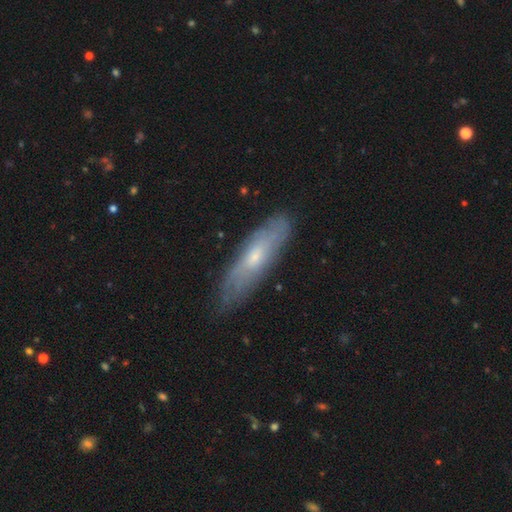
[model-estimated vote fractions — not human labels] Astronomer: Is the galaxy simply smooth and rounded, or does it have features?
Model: featured or disk — 51% (runner-up: smooth, 42%).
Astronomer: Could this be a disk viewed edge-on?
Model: no — 56% (runner-up: yes, 44%).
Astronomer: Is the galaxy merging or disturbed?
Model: none — 79%.